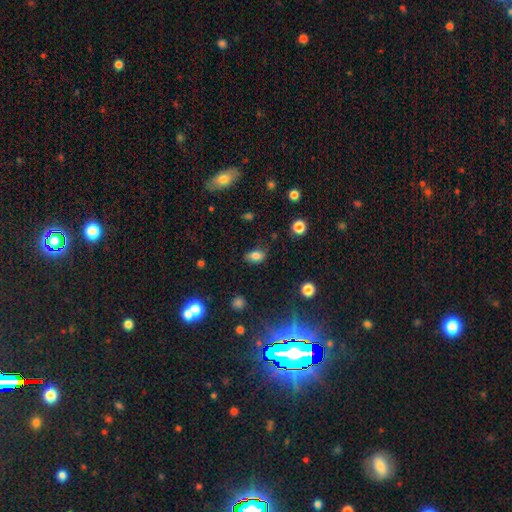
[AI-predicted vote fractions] Morphology: type=smooth (81%); roundness=in between (84%); merging=none (75%).